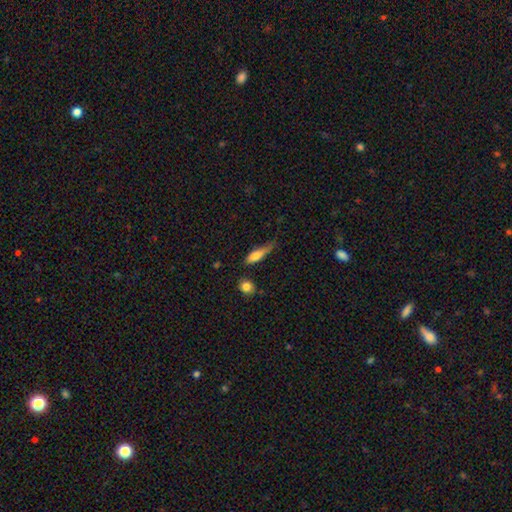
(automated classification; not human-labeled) Smooth or featured?
  - smooth: 71% *
  - featured or disk: 22%
  - star or artifact: 7%
How rounded?
  - cigar-shaped: 61% *
  - in between: 35%
  - round: 3%
Merging?
  - none: 46% *
  - minor disturbance: 37%
  - major disturbance: 12%
  - merger: 5%